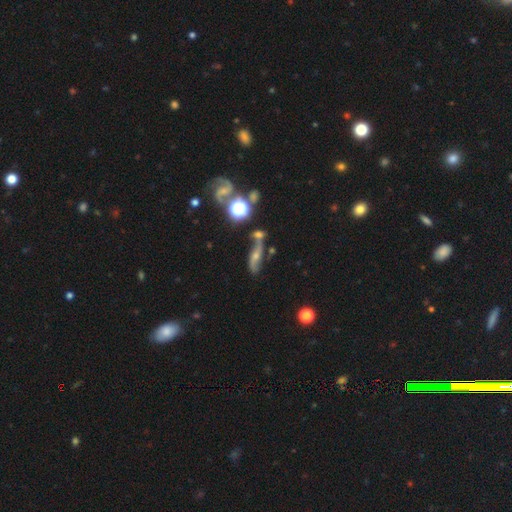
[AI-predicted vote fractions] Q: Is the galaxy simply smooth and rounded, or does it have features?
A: featured or disk — 64%.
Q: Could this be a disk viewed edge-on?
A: no — 74%.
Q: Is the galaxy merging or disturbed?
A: none — 56%.